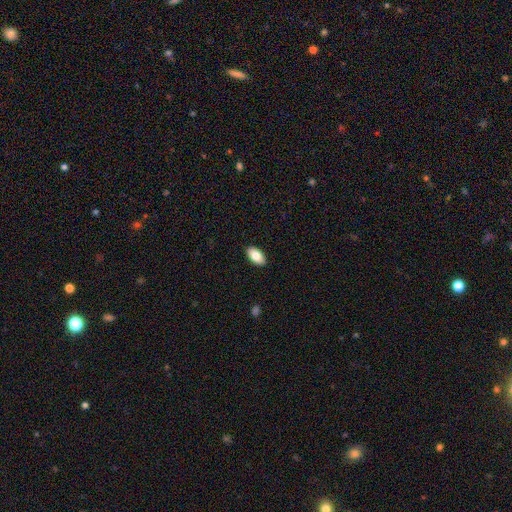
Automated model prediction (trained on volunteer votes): smooth 82%, featured or disk 11%, star or artifact 7%. Down the decision tree: how rounded — in between (94%); merging — none (90%).